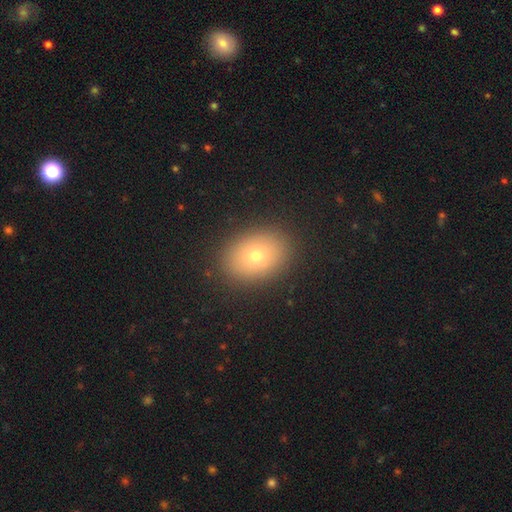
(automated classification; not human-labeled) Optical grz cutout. It shows a smooth galaxy with no disk features (72%) that is in between round and cigar-shaped (66%). Merging: none (88%).